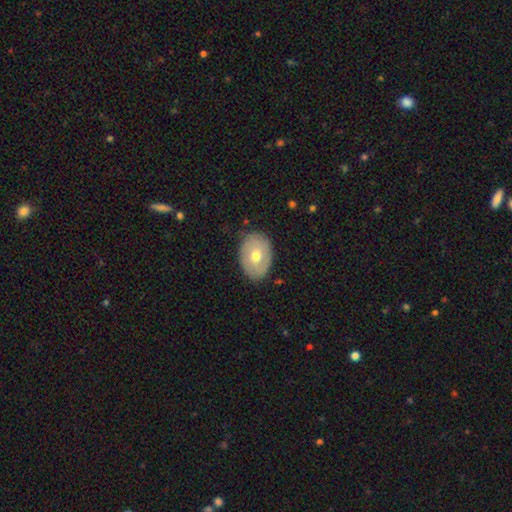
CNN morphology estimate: type=smooth (58%); roundness=in between (76%); merging=none (79%).